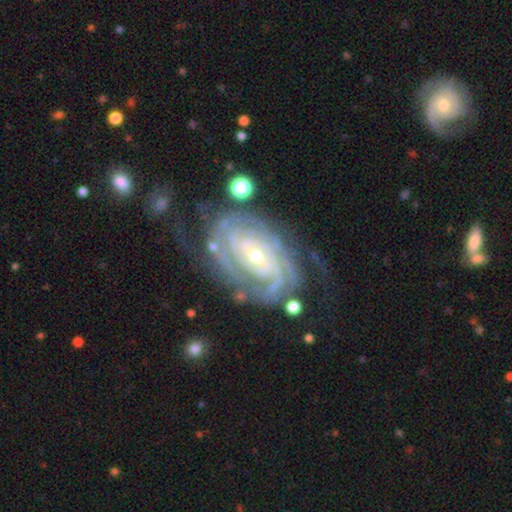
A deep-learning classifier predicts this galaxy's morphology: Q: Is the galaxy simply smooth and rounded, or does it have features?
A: featured or disk — 91%.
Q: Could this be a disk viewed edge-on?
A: no — 96%.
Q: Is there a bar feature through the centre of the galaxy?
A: no — 58%.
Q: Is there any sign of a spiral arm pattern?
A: yes — 98%.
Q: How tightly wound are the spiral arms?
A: tight — 80%.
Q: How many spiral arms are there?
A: can't tell — 23%.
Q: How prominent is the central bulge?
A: small — 60%.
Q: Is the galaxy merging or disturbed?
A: none — 65%.